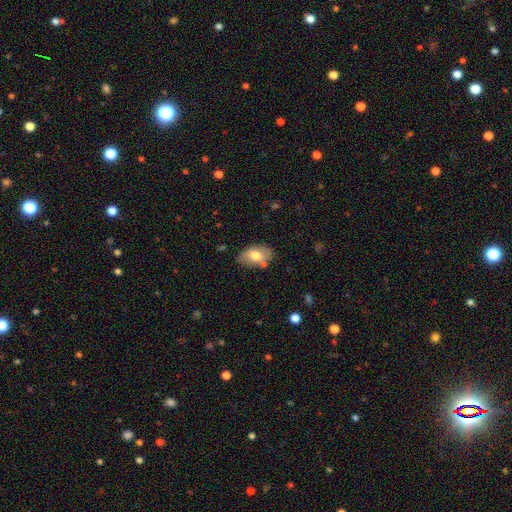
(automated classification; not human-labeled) This appears to be a smooth galaxy with no disk features (67%) that is in between round and cigar-shaped (90%). Merging: none (70%).